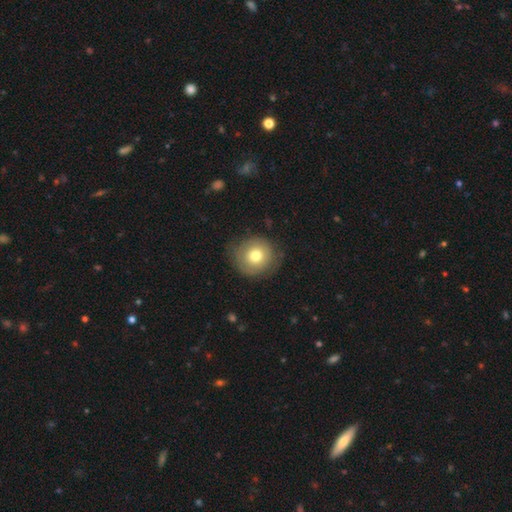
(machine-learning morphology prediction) Overall: smooth (73%). How rounded: round (91%). Merging: none (78%).